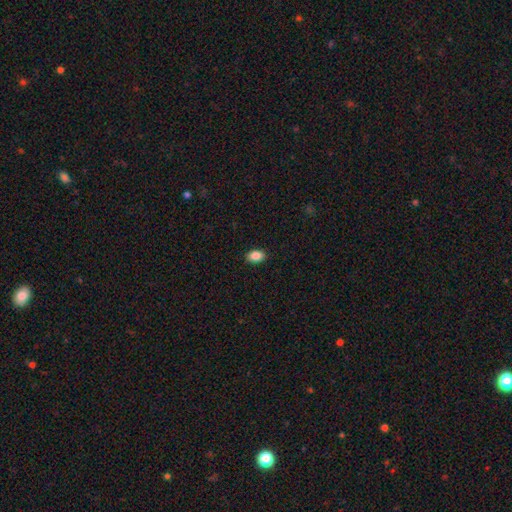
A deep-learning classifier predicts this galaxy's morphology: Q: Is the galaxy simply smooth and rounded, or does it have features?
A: smooth — 88%.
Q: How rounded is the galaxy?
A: in between — 87%.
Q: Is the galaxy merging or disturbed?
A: none — 89%.